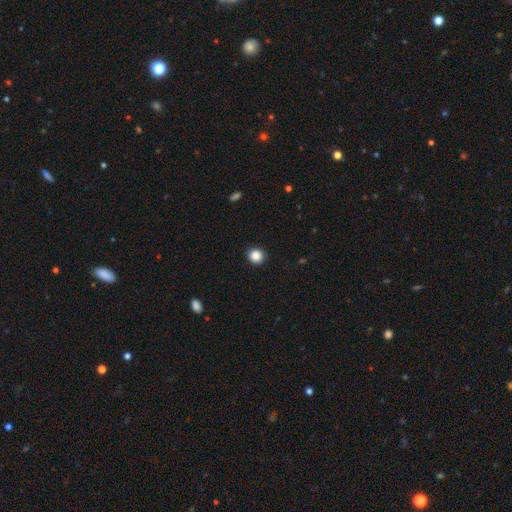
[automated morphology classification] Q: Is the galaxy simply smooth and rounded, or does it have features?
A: smooth — 87%.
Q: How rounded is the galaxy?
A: round — 89%.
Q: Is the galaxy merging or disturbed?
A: none — 91%.